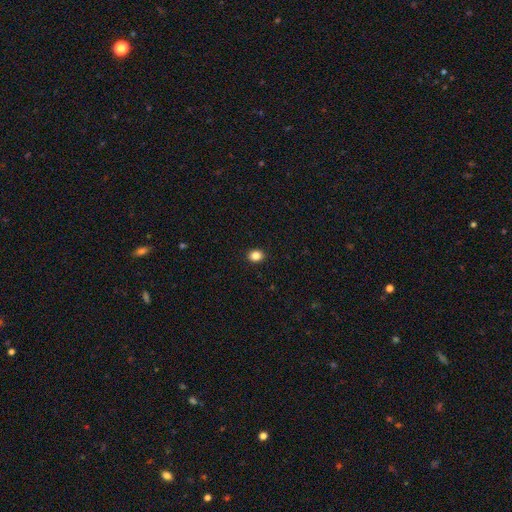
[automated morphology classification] The model was most divided on "how rounded": round: 60%, in between: 39%, cigar-shaped: 1%. More confident: merging — none (92%); smooth or featured — smooth (86%).